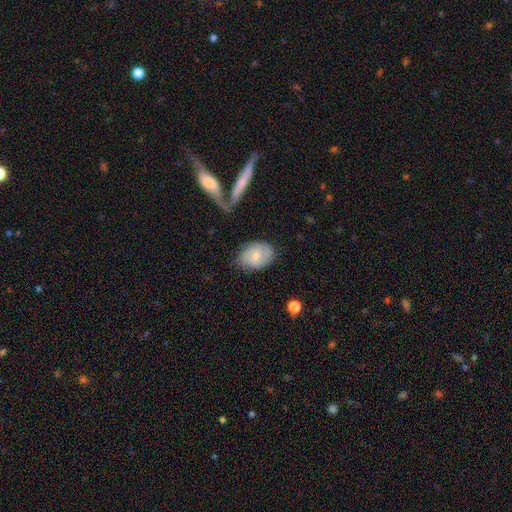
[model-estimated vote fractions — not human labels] The model was most divided on "smooth or featured": smooth: 63%, featured or disk: 31%, star or artifact: 7%. More confident: how rounded — in between (75%); merging — none (70%).